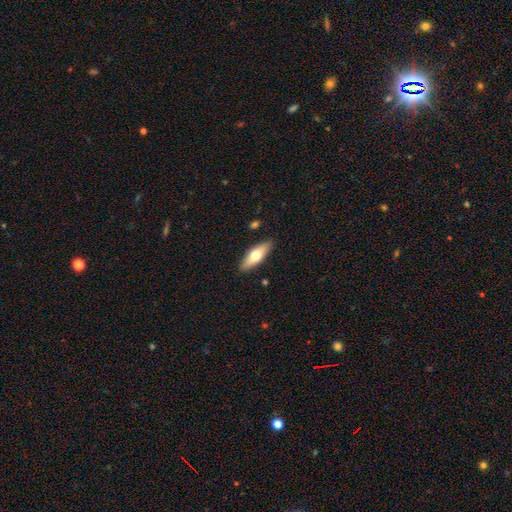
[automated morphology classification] smooth-or-featured: smooth: 59% | featured or disk: 36% | star or artifact: 6%
  how-rounded: in between: 60% | cigar-shaped: 37% | round: 2%
  merging: none: 88% | minor disturbance: 9% | major disturbance: 2% | merger: 2%